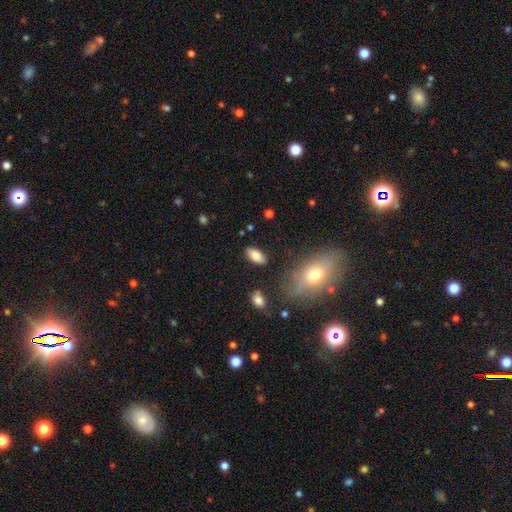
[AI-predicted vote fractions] A smooth galaxy with no disk features (83%) that is in between round and cigar-shaped (90%).

Vote fractions:
- Smooth or featured? smooth: 83% / featured or disk: 9% / star or artifact: 8%
- How rounded? in between: 90% / cigar-shaped: 7% / round: 3%
- Merging? none: 85% / minor disturbance: 10% / major disturbance: 3% / merger: 2%